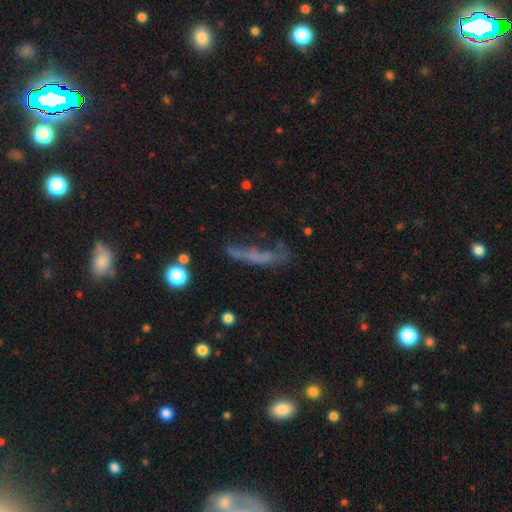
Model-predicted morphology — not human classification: The model was most divided on "merging": none: 38%, major disturbance: 32%, minor disturbance: 23%, merger: 8%. Remaining: smooth or featured — smooth (46%).